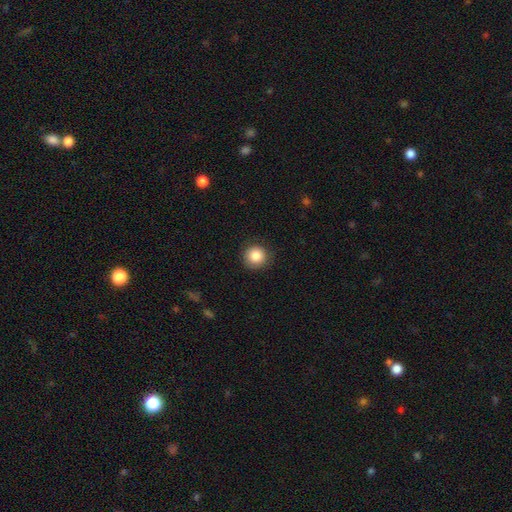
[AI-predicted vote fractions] smooth 86%, star or artifact 9%, featured or disk 5%. Down the decision tree: how rounded — round (94%); merging — none (88%).